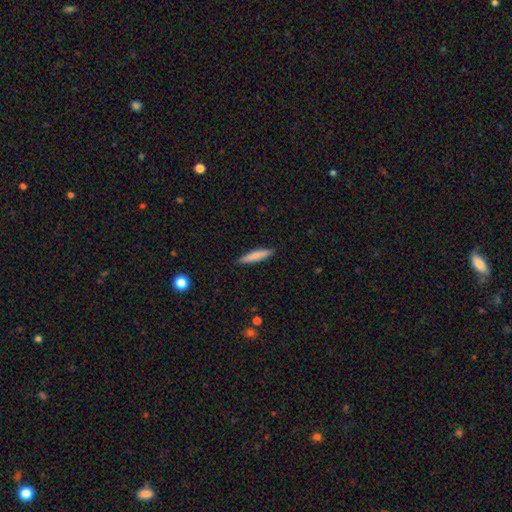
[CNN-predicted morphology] Q: Smooth or featured?
A: smooth (78%); runner-up: featured or disk (16%)
Q: How rounded?
A: cigar-shaped (90%); runner-up: in between (9%)
Q: Merging?
A: none (90%); runner-up: minor disturbance (7%)